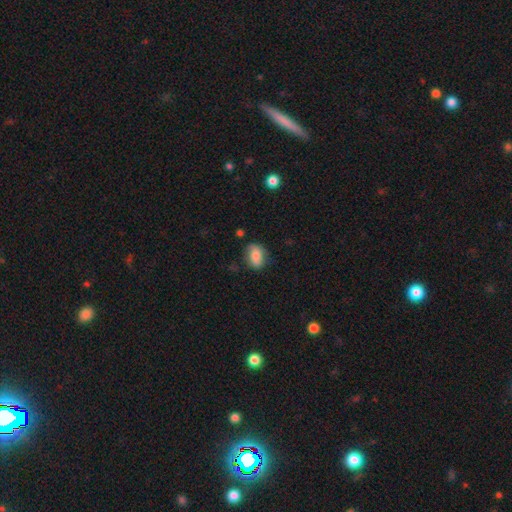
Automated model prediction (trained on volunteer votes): Morphology: type=smooth (77%); roundness=in between (80%); merging=none (71%).